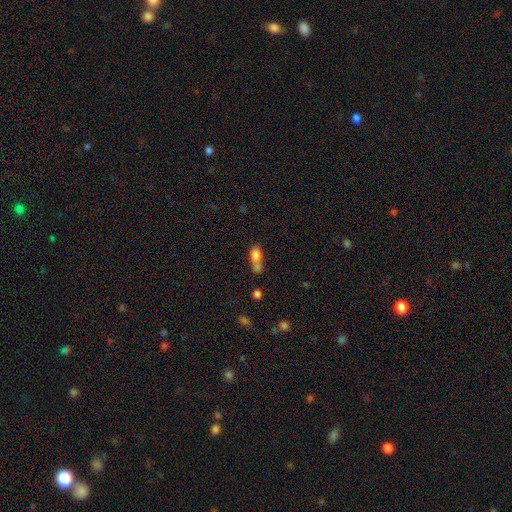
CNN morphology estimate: A smooth galaxy with no disk features (77%) that is in between round and cigar-shaped (73%).

Vote fractions:
- Smooth or featured? smooth: 77% / featured or disk: 12% / star or artifact: 11%
- How rounded? in between: 73% / round: 19% / cigar-shaped: 9%
- Merging? merger: 60% / none: 23% / minor disturbance: 10% / major disturbance: 7%